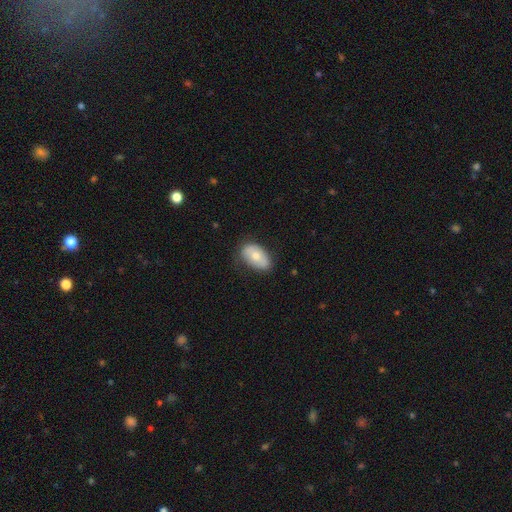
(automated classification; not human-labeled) smooth 67%, featured or disk 27%, star or artifact 6%. Down the decision tree: how rounded — in between (92%); merging — none (72%).